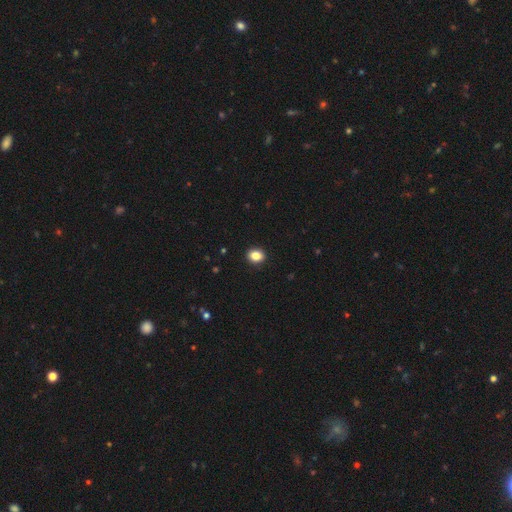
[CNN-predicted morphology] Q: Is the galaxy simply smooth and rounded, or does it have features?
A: smooth — 86%.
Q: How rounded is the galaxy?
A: round — 51%.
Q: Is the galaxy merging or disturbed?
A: none — 91%.